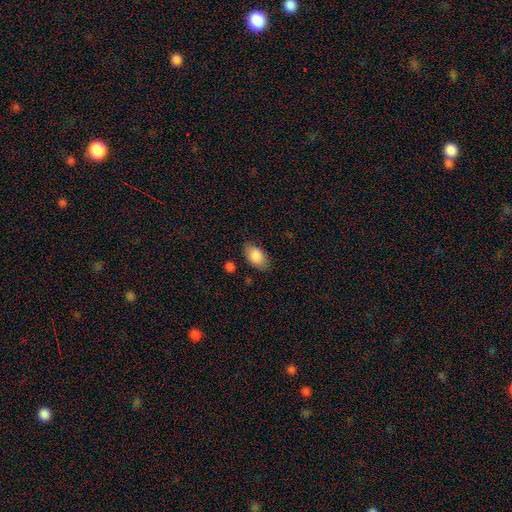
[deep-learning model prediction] Smooth or featured?
  - smooth: 87% *
  - star or artifact: 7%
  - featured or disk: 7%
How rounded?
  - in between: 92% *
  - round: 7%
  - cigar-shaped: 2%
Merging?
  - none: 79% *
  - minor disturbance: 15%
  - major disturbance: 4%
  - merger: 2%